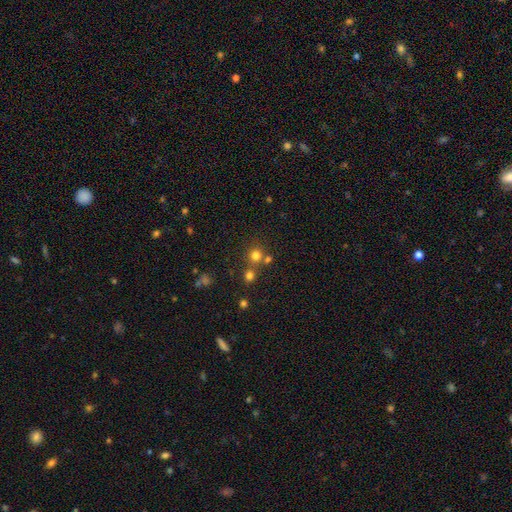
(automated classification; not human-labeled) smooth-or-featured: smooth: 72% | star or artifact: 20% | featured or disk: 8%
  how-rounded: round: 90% | in between: 9% | cigar-shaped: 1%
  merging: none: 65% | merger: 25% | minor disturbance: 7% | major disturbance: 3%